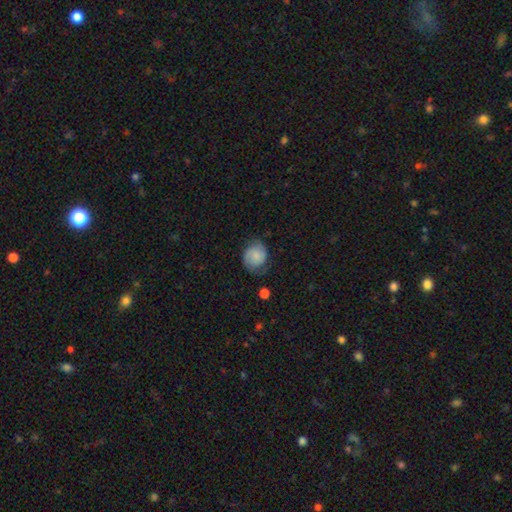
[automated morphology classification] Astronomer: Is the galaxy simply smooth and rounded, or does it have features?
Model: smooth — 57% (runner-up: featured or disk, 34%).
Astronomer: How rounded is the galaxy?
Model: round — 66%.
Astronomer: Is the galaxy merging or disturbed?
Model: none — 61%.